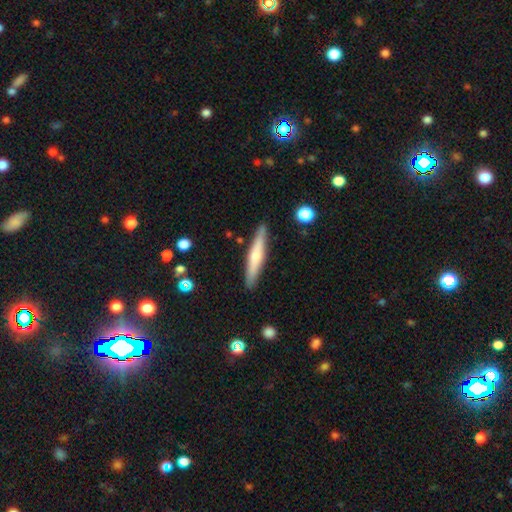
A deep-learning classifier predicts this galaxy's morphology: This is possibly a smooth galaxy (48%). Merging: clearly none (89%).